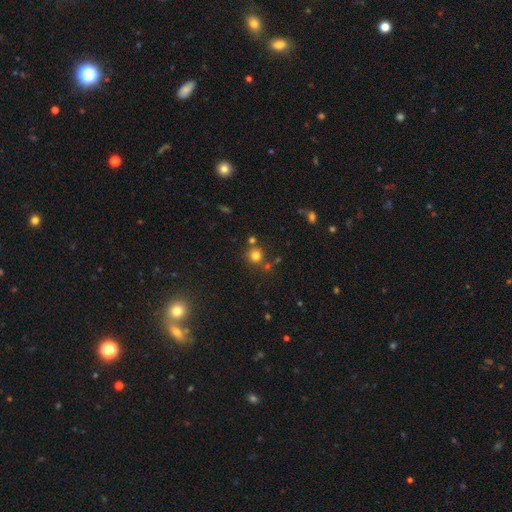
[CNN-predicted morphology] Overall: smooth (77%). How rounded: round (92%). Merging: none (73%).